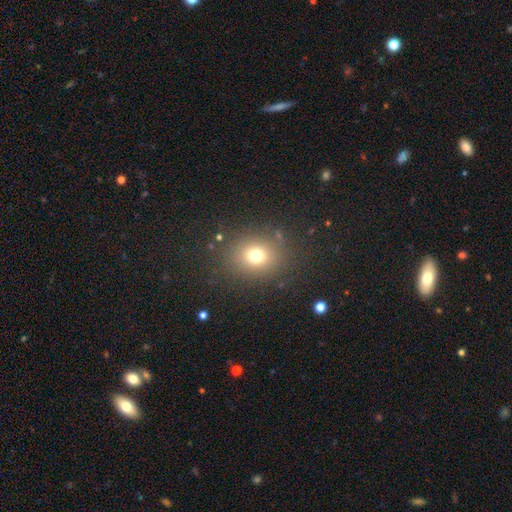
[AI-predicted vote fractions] A smooth galaxy with no disk features (73%) that is round (70%).

Vote fractions:
- Smooth or featured? smooth: 73% / star or artifact: 17% / featured or disk: 10%
- How rounded? round: 70% / in between: 29% / cigar-shaped: 1%
- Merging? none: 84% / minor disturbance: 9% / major disturbance: 5% / merger: 2%